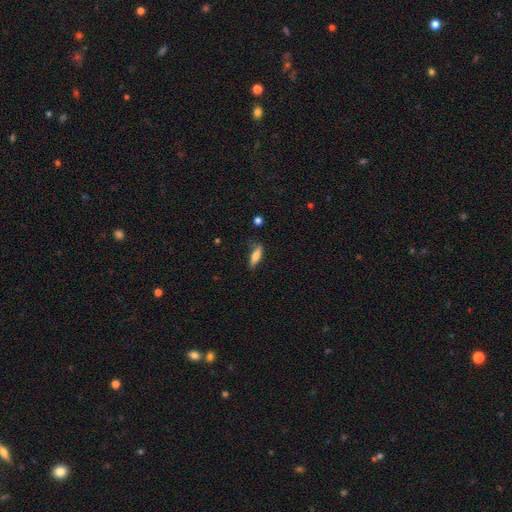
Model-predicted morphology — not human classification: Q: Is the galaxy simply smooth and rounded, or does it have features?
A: smooth — 73%.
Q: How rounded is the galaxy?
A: cigar-shaped — 59%.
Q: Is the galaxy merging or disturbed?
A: none — 69%.